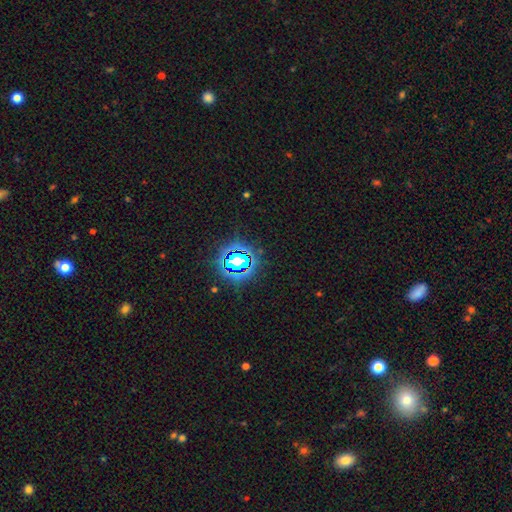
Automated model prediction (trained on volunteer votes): Smooth or featured?
  - star or artifact: 78% *
  - smooth: 15%
  - featured or disk: 7%